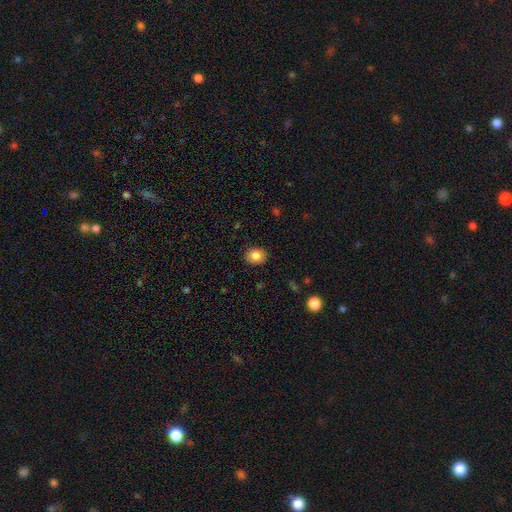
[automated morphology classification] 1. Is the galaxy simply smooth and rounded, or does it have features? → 83% smooth, 9% star or artifact, 8% featured or disk.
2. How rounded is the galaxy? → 60% round, 39% in between, 1% cigar-shaped.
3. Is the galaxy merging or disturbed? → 89% none, 8% minor disturbance, 2% major disturbance, 1% merger.